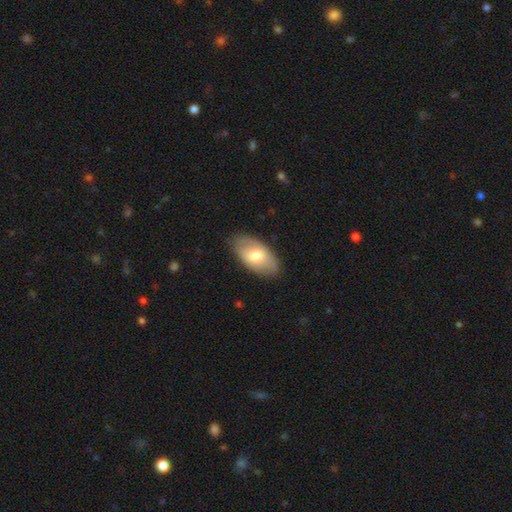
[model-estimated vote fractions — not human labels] The model was most divided on "smooth or featured": smooth: 66%, featured or disk: 29%, star or artifact: 6%. More confident: how rounded — in between (94%); merging — none (81%).